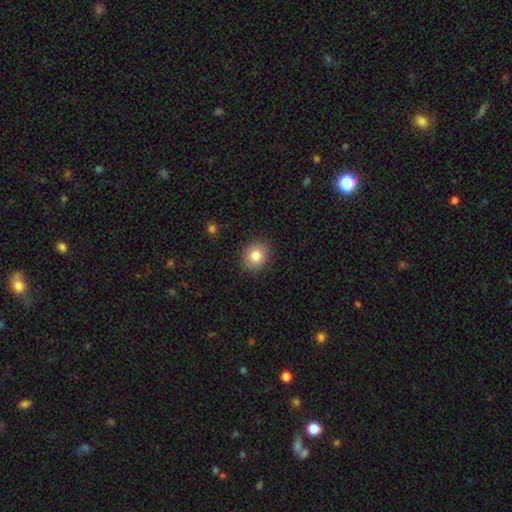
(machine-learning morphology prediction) smooth_or_featured: smooth (p=0.82) [alt: star or artifact p=0.10]
how_rounded: round (p=0.73) [alt: in between p=0.26]
merging: none (p=0.89) [alt: minor disturbance p=0.08]